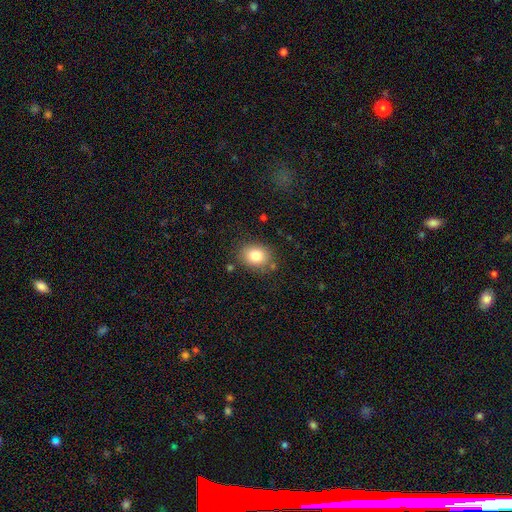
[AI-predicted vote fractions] Q: Smooth or featured?
A: smooth (82%); runner-up: star or artifact (9%)
Q: How rounded?
A: round (52%); runner-up: in between (48%)
Q: Merging?
A: none (82%); runner-up: minor disturbance (12%)